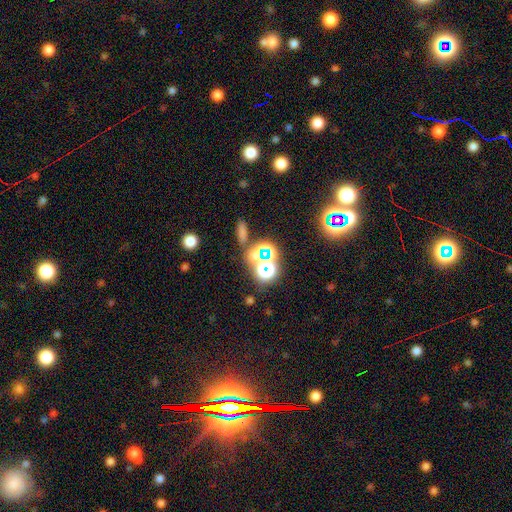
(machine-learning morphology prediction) Overall: star or artifact (47%; smooth 42%).